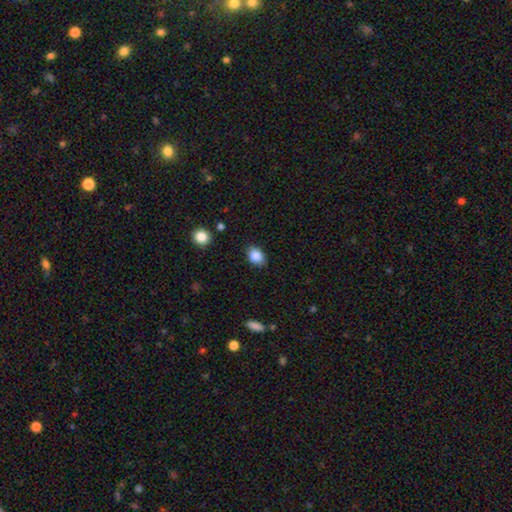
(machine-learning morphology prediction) Smooth or featured: smooth — 87% (star or artifact — 9%)
How rounded: in between — 66% (round — 32%)
Merging: none — 82% (minor disturbance — 14%)